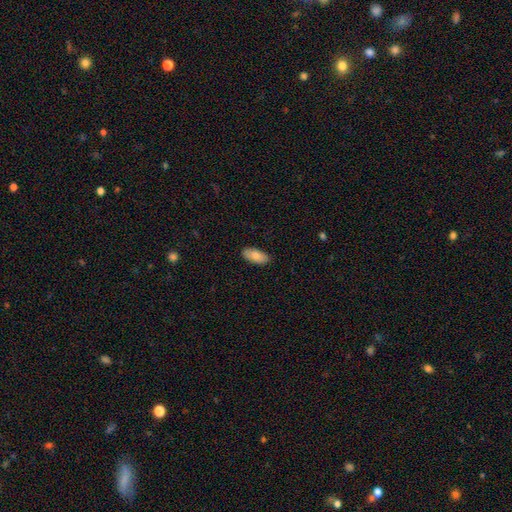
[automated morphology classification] This is clearly a smooth galaxy (83%). How rounded: clearly in between (90%). Merging: clearly none (87%).